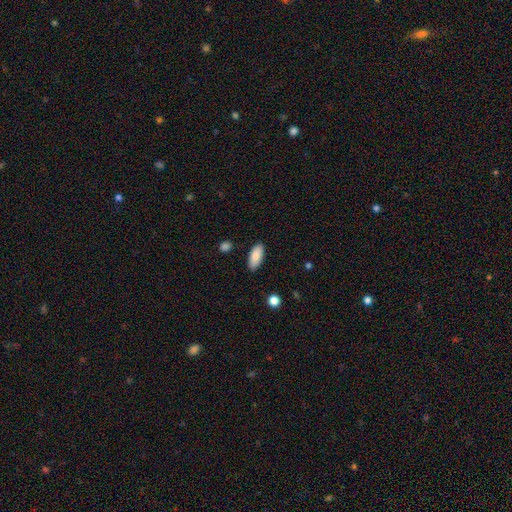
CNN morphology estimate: smooth_or_featured: smooth (p=0.88) [alt: star or artifact p=0.06]
how_rounded: in between (p=0.85) [alt: cigar-shaped p=0.13]
merging: none (p=0.88) [alt: minor disturbance p=0.09]